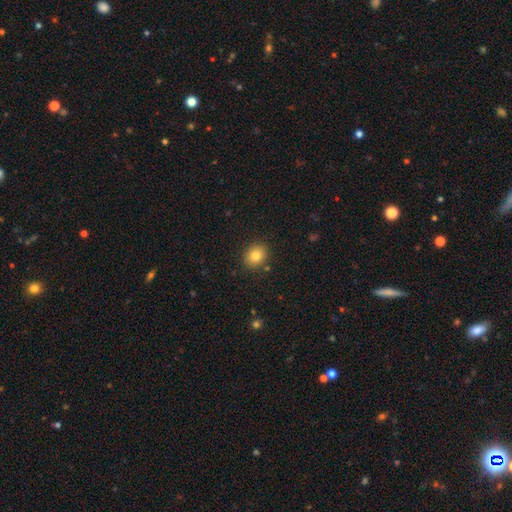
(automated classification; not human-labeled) smooth 81%, star or artifact 11%, featured or disk 8%. Down the decision tree: how rounded — round (66%); merging — none (88%).